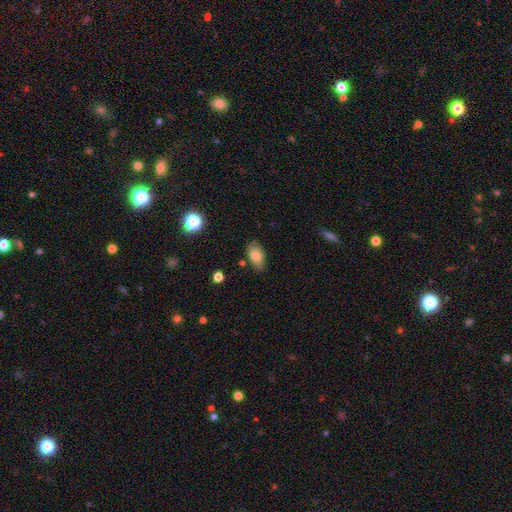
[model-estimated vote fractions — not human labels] smooth 78%, featured or disk 14%, star or artifact 9%. Down the decision tree: how rounded — in between (92%); merging — none (78%).